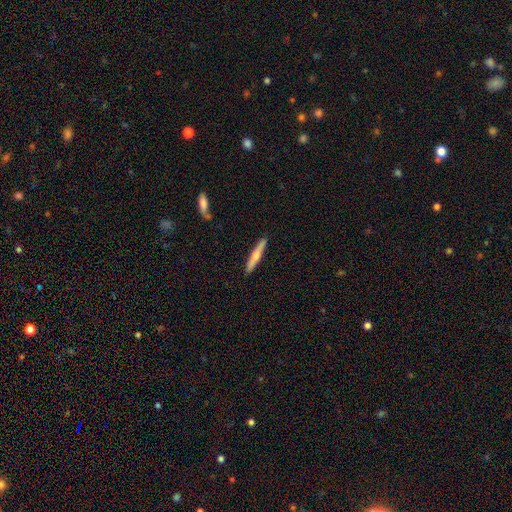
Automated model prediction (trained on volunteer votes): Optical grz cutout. It shows a smooth galaxy with no disk features (54%) that is cigar-shaped (94%). Merging: none (90%).